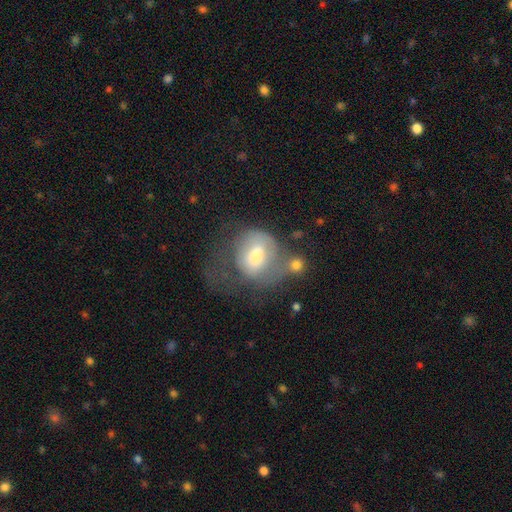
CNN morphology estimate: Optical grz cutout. It shows a smooth galaxy with no disk features (52%) that is round (52%). Merging: major disturbance (40%).